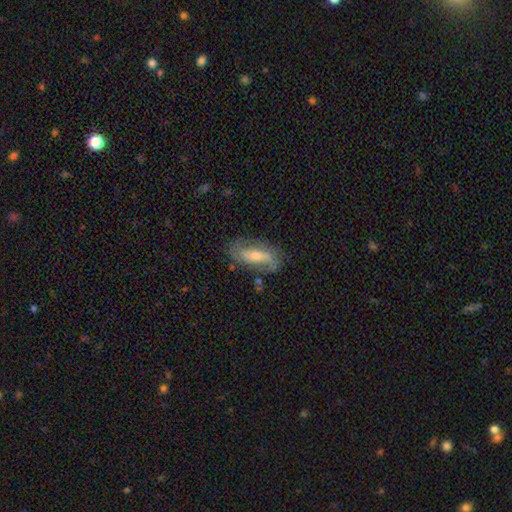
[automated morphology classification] The model was most divided on "bar": strong: 39%, weak: 33%, no: 29%. Remaining: edge-on disk — no (85%); spiral arms — yes (79%); merging — none (72%); smooth or featured — featured or disk (64%); bulge size — moderate (50%).